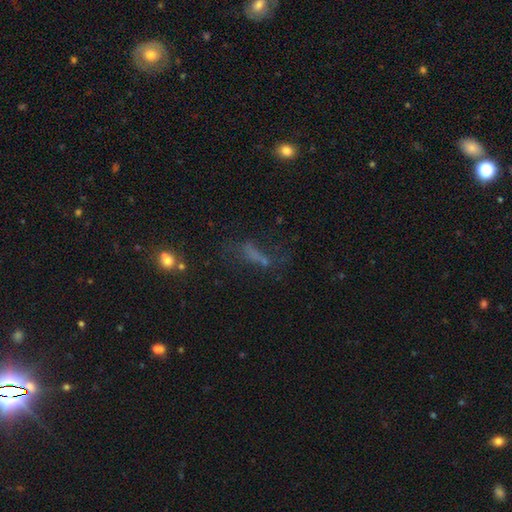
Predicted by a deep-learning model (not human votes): Q: Smooth or featured?
A: smooth (46%); runner-up: star or artifact (28%)
Q: Merging?
A: none (44%); runner-up: major disturbance (29%)